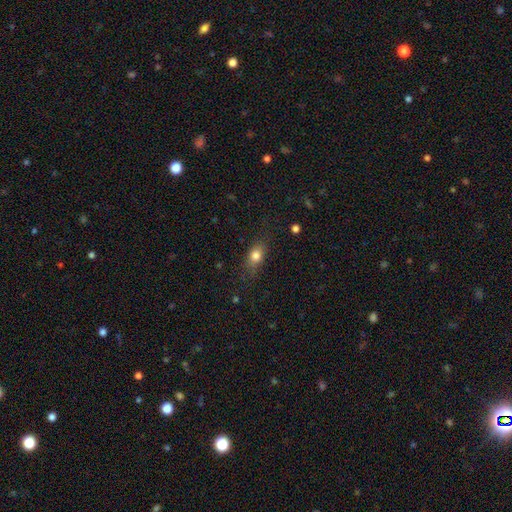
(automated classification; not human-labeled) Overall: smooth (79%). How rounded: in between (69%). Merging: none (73%).